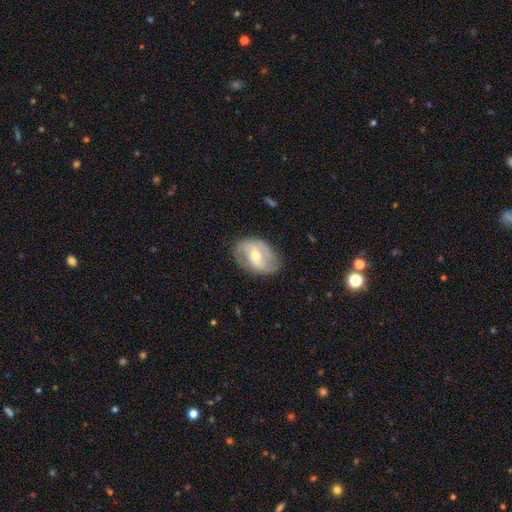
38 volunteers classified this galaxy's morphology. Smooth or featured? 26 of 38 (68%) said featured or disk. Edge-on disk? 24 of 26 (92%) said no. Bar? 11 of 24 (46%) said weak. Spiral arms? 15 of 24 (62%) said yes. Spiral winding? 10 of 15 (67%) said loose. Spiral arm count? 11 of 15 (73%) said 2. Bulge size? 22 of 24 (92%) said moderate. Merging? 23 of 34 (68%) said none.